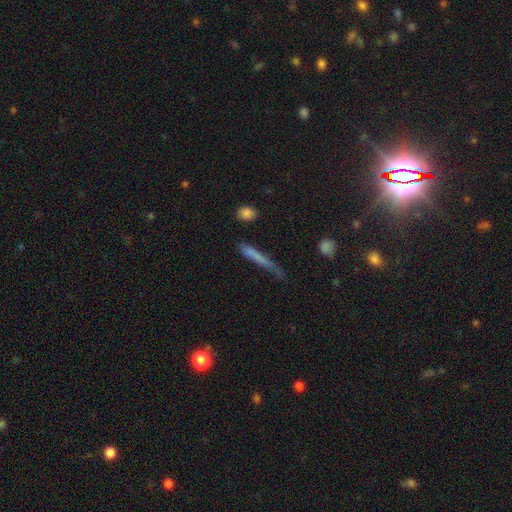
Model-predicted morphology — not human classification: Smooth or featured: smooth — 66% (featured or disk — 24%)
How rounded: cigar-shaped — 93% (in between — 5%)
Merging: none — 54% (minor disturbance — 26%)